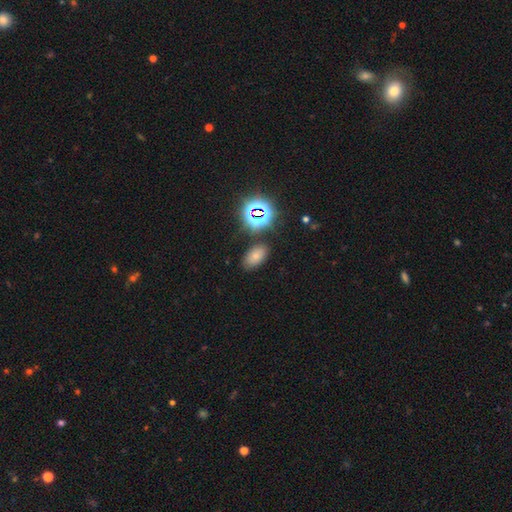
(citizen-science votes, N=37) A smooth galaxy with no disk features (78%) that is in between round and cigar-shaped (93%).

Vote fractions:
- Smooth or featured? smooth: 78% / featured or disk: 14% / star or artifact: 8%
- How rounded? in between: 93% / round: 7% / cigar-shaped: 0%
- Merging? none: 88% / minor disturbance: 9% / major disturbance: 3% / merger: 0%